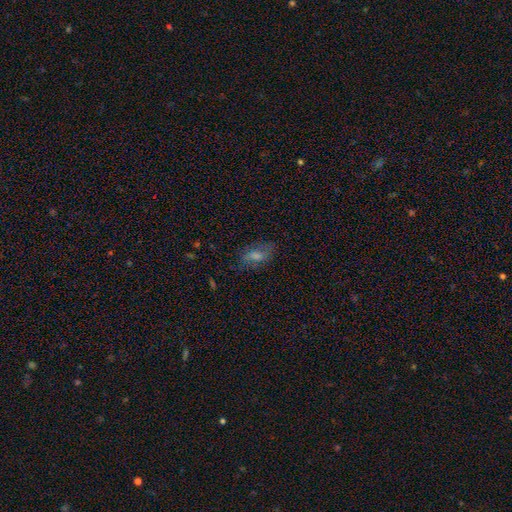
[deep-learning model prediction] Morphology: type=smooth (64%); roundness=in between (86%); merging=none (64%).